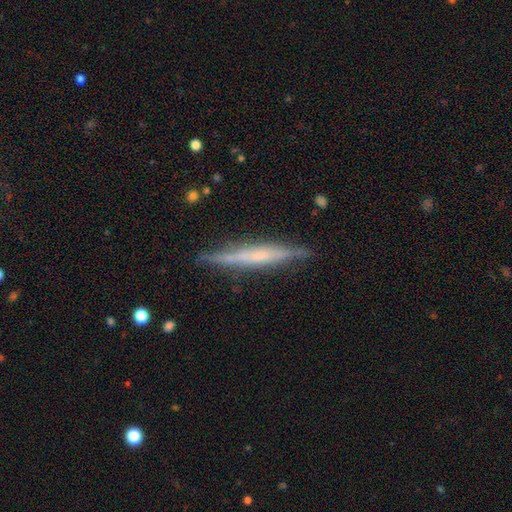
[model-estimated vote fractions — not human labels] Morphology: type=featured or disk (61%); edge-on=yes (95%); edge-on bulge=none (56%); merging=none (83%).